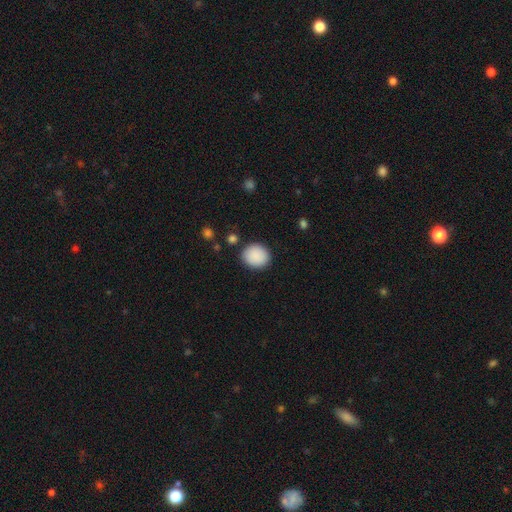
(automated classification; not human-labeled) smooth-or-featured: smooth: 90% | star or artifact: 7% | featured or disk: 3%
  how-rounded: round: 78% | in between: 21% | cigar-shaped: 1%
  merging: none: 88% | minor disturbance: 8% | major disturbance: 3% | merger: 2%